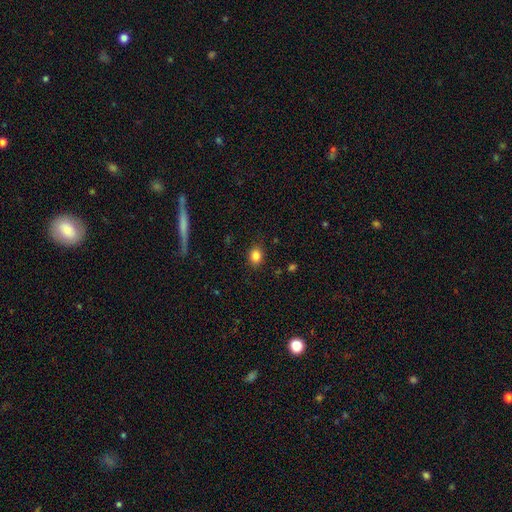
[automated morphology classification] A smooth galaxy with no disk features (83%) that is round (59%). Merging: none (86%).